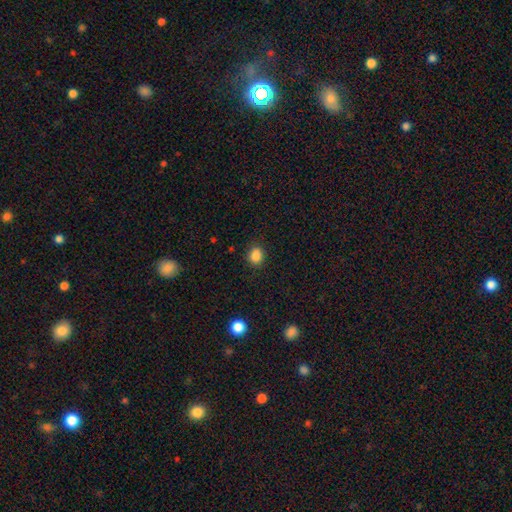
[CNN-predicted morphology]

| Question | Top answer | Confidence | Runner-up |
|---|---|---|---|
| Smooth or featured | smooth | 86% | star or artifact (11%) |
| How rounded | round | 56% | in between (43%) |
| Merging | none | 84% | minor disturbance (12%) |